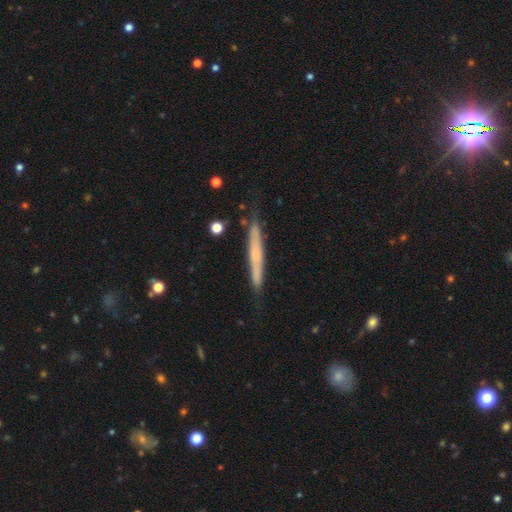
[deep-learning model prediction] This is possibly a smooth galaxy (47%). Merging: clearly none (81%).